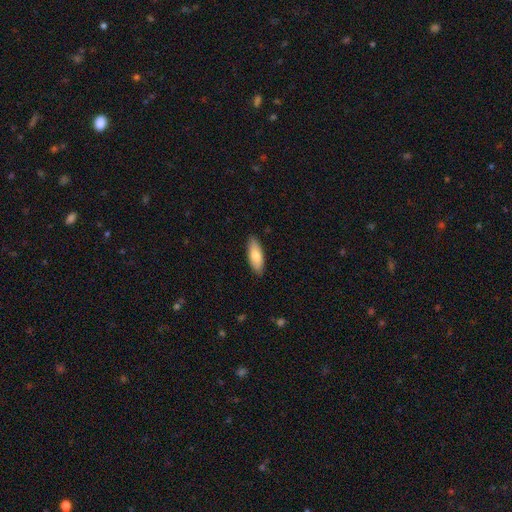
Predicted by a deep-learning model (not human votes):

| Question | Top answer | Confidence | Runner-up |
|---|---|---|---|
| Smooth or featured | smooth | 78% | featured or disk (17%) |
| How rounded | in between | 69% | cigar-shaped (29%) |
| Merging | none | 89% | minor disturbance (9%) |